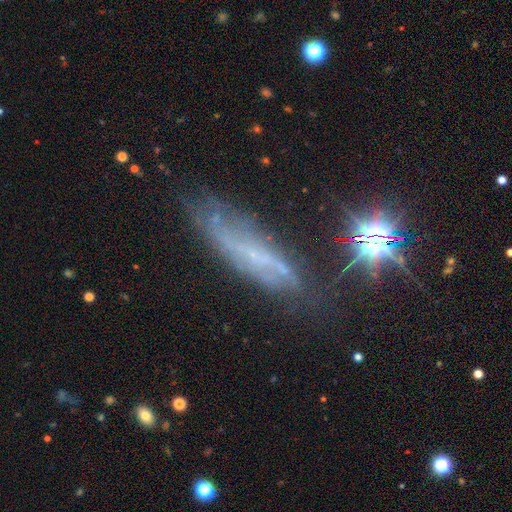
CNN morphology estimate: Smooth or featured?
  - featured or disk: 55% *
  - smooth: 25%
  - star or artifact: 20%
Edge-on disk?
  - no: 55% *
  - yes: 45%
Merging?
  - none: 60% *
  - minor disturbance: 25%
  - major disturbance: 12%
  - merger: 4%